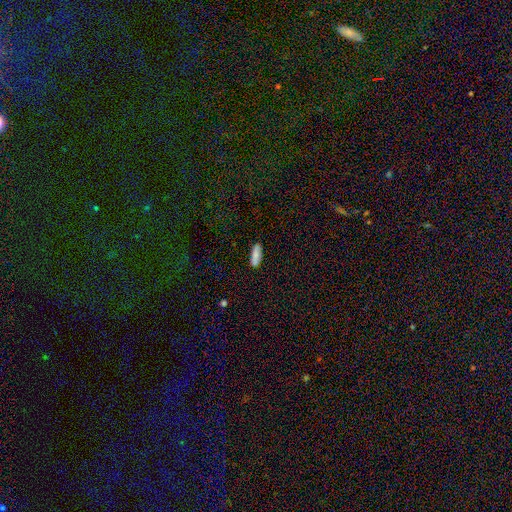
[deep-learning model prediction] Q: Smooth or featured?
A: smooth (83%); runner-up: featured or disk (11%)
Q: How rounded?
A: in between (67%); runner-up: cigar-shaped (31%)
Q: Merging?
A: none (86%); runner-up: minor disturbance (10%)